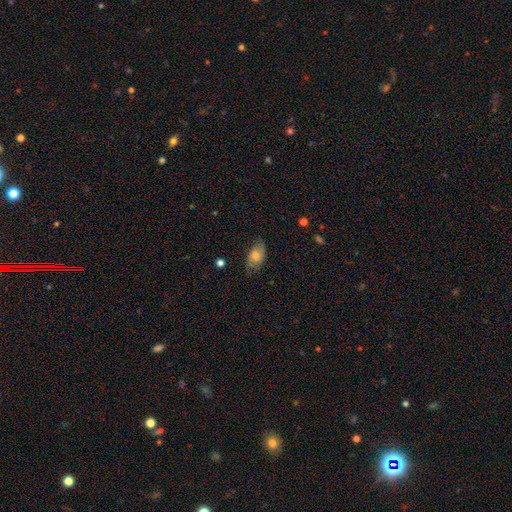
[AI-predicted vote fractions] A smooth galaxy with no disk features (66%) that is in between round and cigar-shaped (91%).

Vote fractions:
- Smooth or featured? smooth: 66% / featured or disk: 26% / star or artifact: 8%
- How rounded? in between: 91% / round: 7% / cigar-shaped: 3%
- Merging? none: 69% / minor disturbance: 23% / major disturbance: 7% / merger: 1%